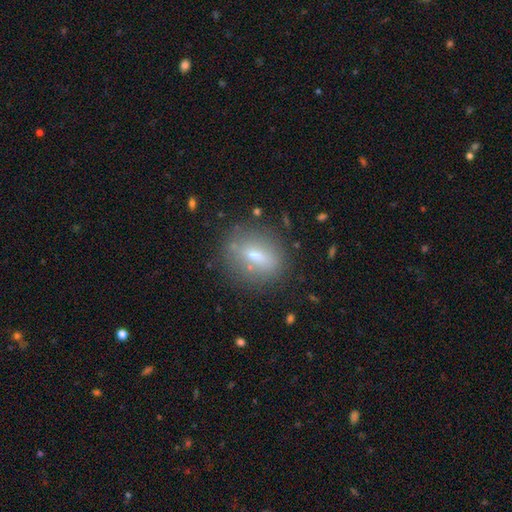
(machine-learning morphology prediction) Smooth or featured?
  - smooth: 61% *
  - featured or disk: 28%
  - star or artifact: 12%
How rounded?
  - in between: 53% *
  - round: 35%
  - cigar-shaped: 11%
Merging?
  - none: 77% *
  - minor disturbance: 14%
  - major disturbance: 5%
  - merger: 4%